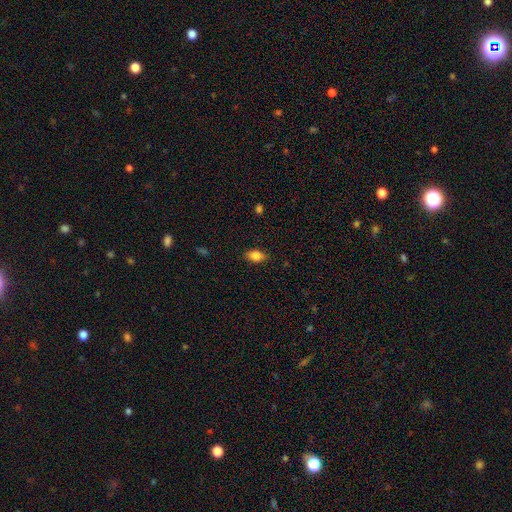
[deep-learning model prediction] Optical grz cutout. It shows a smooth galaxy with no disk features (83%) that is in between round and cigar-shaped (87%). Merging: none (85%).